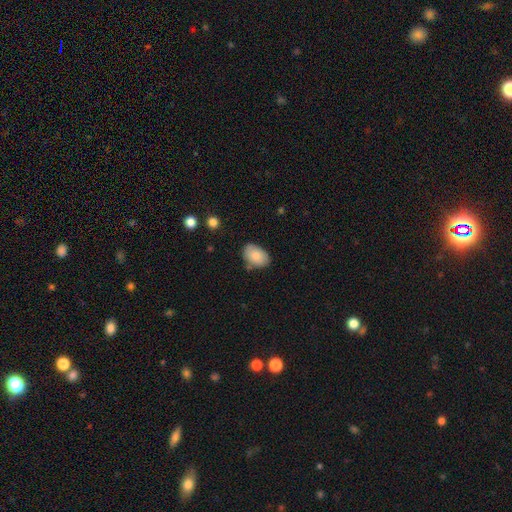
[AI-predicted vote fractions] smooth_or_featured: smooth (p=0.82) [alt: featured or disk p=0.11]
how_rounded: in between (p=0.86) [alt: round p=0.13]
merging: none (p=0.70) [alt: minor disturbance p=0.23]